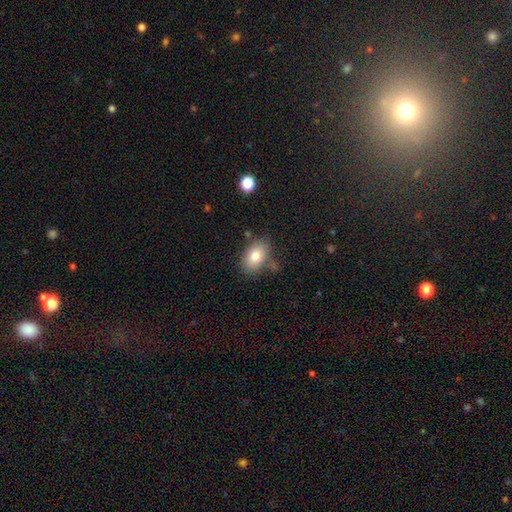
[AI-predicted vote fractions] This is clearly a smooth galaxy (81%). How rounded: clearly in between (88%). Merging: likely none (72%).